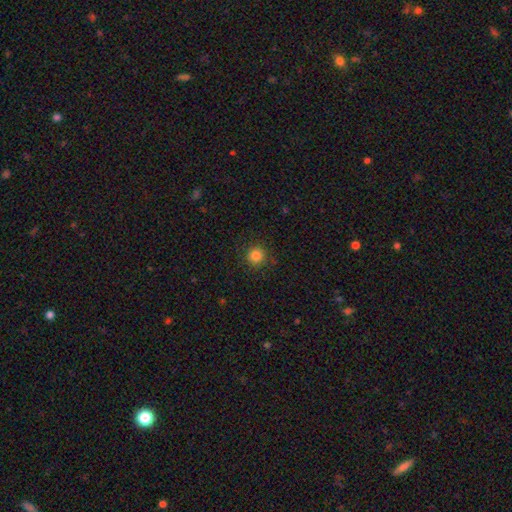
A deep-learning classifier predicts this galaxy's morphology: Smooth or featured: smooth — 83% (star or artifact — 12%)
How rounded: round — 94% (in between — 5%)
Merging: none — 89% (minor disturbance — 7%)